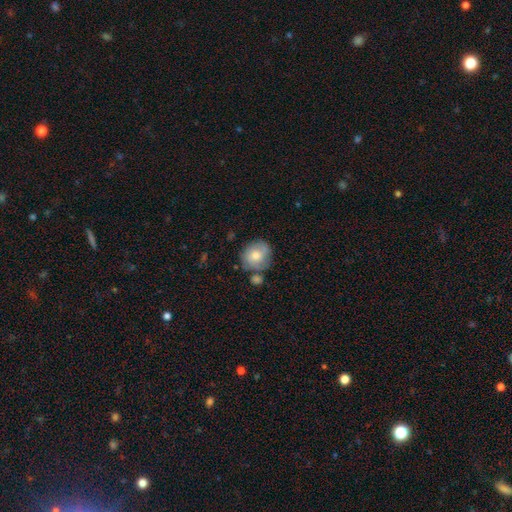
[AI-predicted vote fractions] Smooth or featured: smooth — 64% (featured or disk — 28%)
How rounded: round — 79% (in between — 19%)
Merging: none — 60% (minor disturbance — 21%)